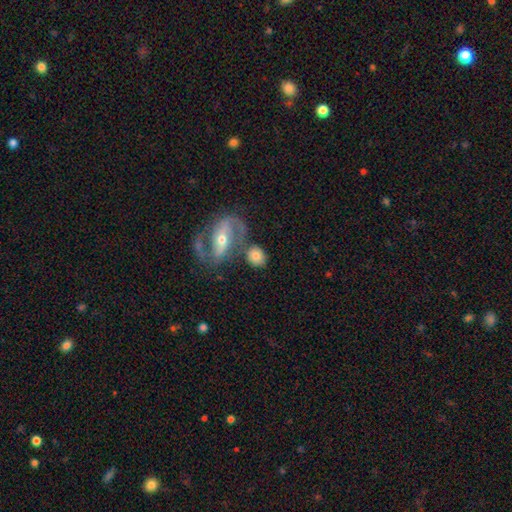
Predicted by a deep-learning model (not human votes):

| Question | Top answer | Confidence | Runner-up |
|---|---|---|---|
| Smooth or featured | smooth | 58% | featured or disk (35%) |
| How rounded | round | 64% | in between (33%) |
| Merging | none | 58% | merger (22%) |